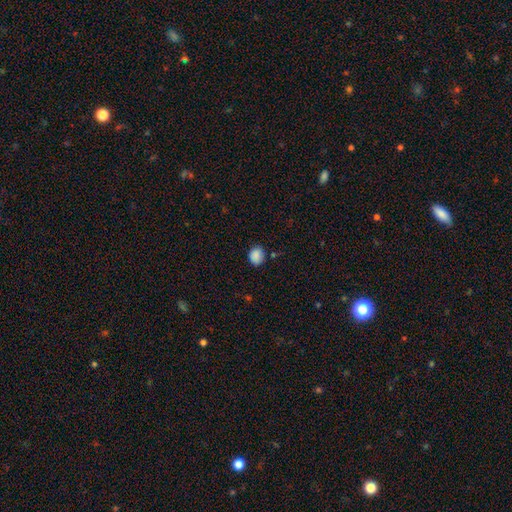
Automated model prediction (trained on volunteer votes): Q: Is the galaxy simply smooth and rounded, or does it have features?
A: smooth — 88%.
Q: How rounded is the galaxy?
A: round — 58%.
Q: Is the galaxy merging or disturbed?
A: none — 79%.